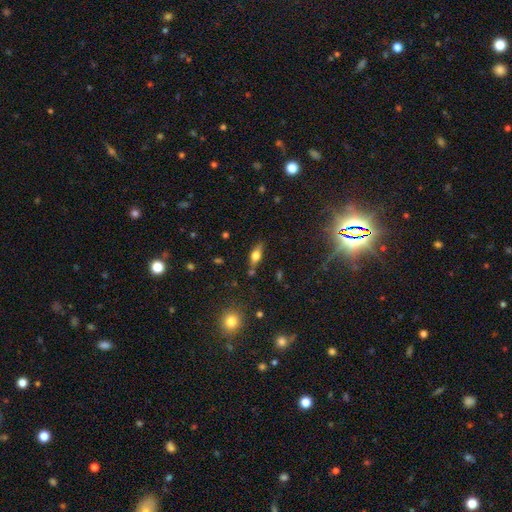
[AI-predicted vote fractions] Morphology: type=smooth (52%); roundness=in between (66%); merging=none (76%).